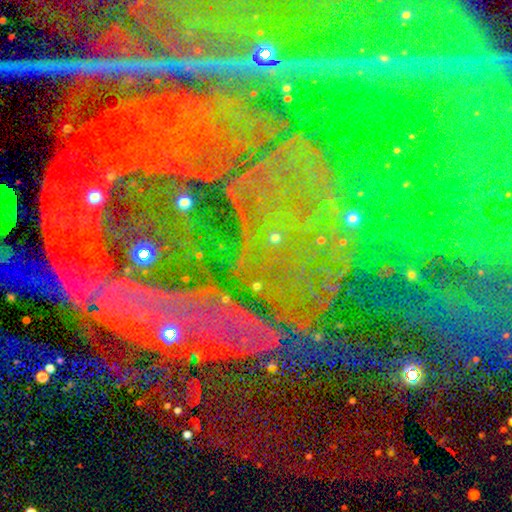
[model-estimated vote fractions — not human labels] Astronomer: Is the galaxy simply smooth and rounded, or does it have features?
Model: star or artifact — 87%.